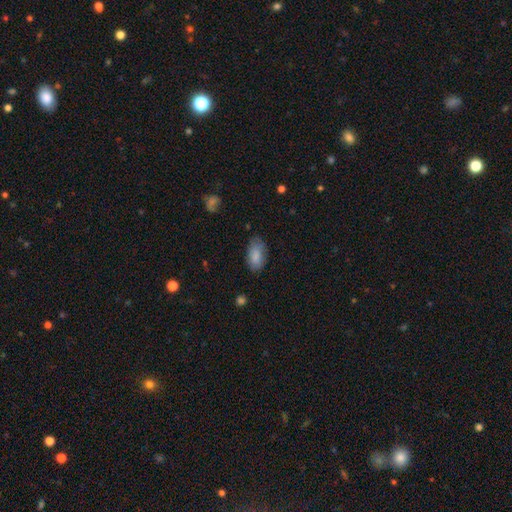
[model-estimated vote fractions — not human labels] Morphology: type=smooth (84%); roundness=in between (94%); merging=none (74%).